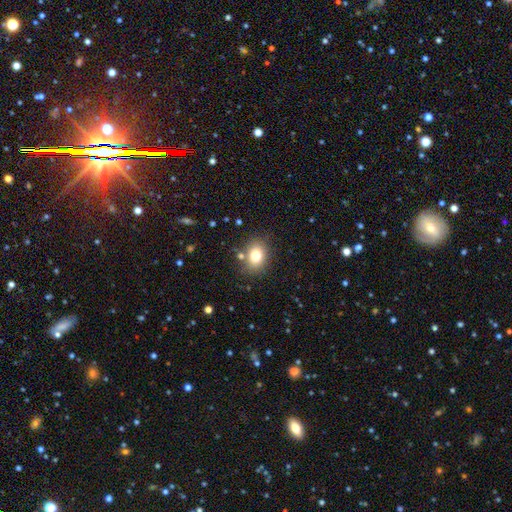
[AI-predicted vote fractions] The model was most divided on "how rounded": in between: 59%, round: 40%, cigar-shaped: 1%. More confident: merging — none (79%); smooth or featured — smooth (78%).